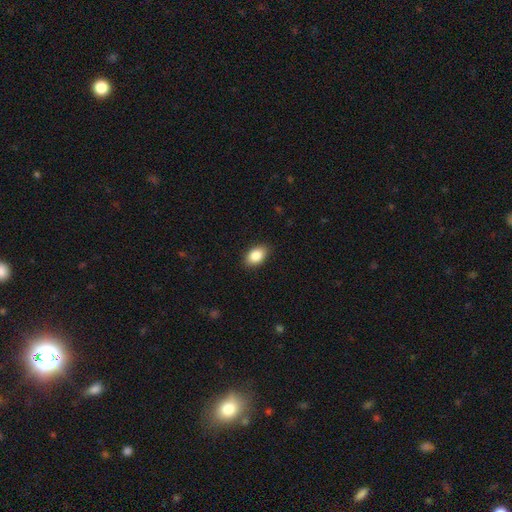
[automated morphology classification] smooth_or_featured: smooth (p=0.85) [alt: star or artifact p=0.08]
how_rounded: in between (p=0.87) [alt: round p=0.11]
merging: none (p=0.88) [alt: minor disturbance p=0.09]